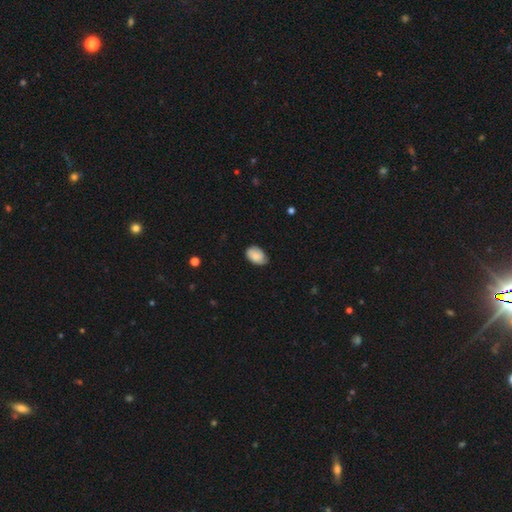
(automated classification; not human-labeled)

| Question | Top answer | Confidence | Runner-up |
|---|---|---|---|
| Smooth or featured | smooth | 77% | featured or disk (16%) |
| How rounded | in between | 86% | round (13%) |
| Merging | none | 64% | minor disturbance (30%) |